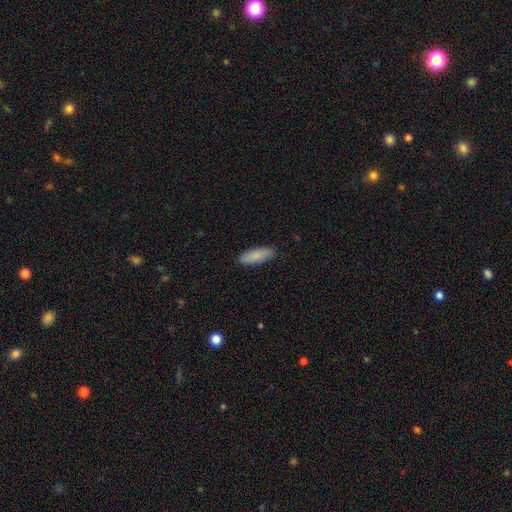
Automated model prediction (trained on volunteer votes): smooth-or-featured: smooth: 85% | featured or disk: 9% | star or artifact: 6%
  how-rounded: in between: 57% | cigar-shaped: 41% | round: 2%
  merging: none: 88% | minor disturbance: 9% | major disturbance: 2% | merger: 1%